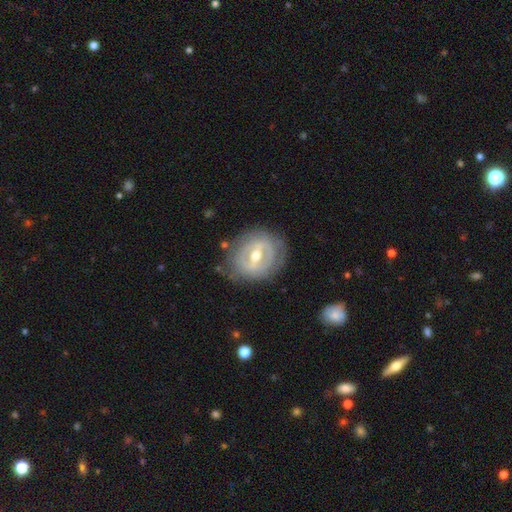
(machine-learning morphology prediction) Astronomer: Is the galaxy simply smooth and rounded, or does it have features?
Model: featured or disk — 75%.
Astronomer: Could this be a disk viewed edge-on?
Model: no — 94%.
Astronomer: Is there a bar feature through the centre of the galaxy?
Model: strong — 54% (runner-up: weak, 33%).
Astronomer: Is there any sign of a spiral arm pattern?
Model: no — 61% (runner-up: yes, 39%).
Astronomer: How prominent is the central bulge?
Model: moderate — 72%.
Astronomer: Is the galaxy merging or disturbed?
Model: none — 78%.